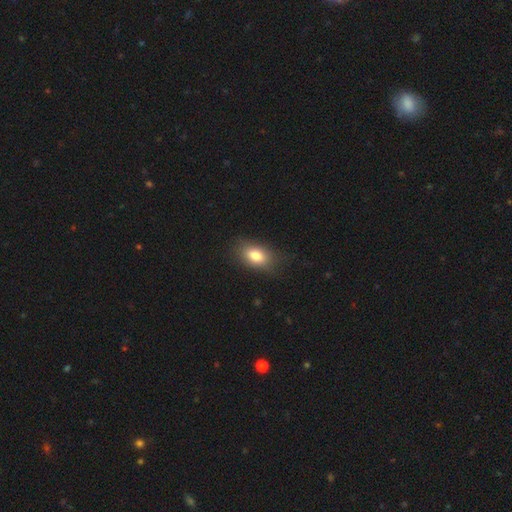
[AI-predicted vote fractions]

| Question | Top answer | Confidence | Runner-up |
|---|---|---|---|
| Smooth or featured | smooth | 81% | featured or disk (10%) |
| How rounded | in between | 87% | round (11%) |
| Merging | none | 80% | minor disturbance (15%) |